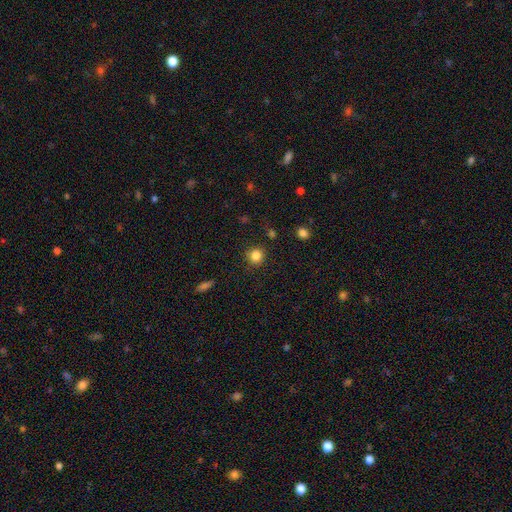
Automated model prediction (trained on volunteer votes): This is clearly a smooth galaxy (83%). How rounded: clearly round (88%). Merging: clearly none (86%).